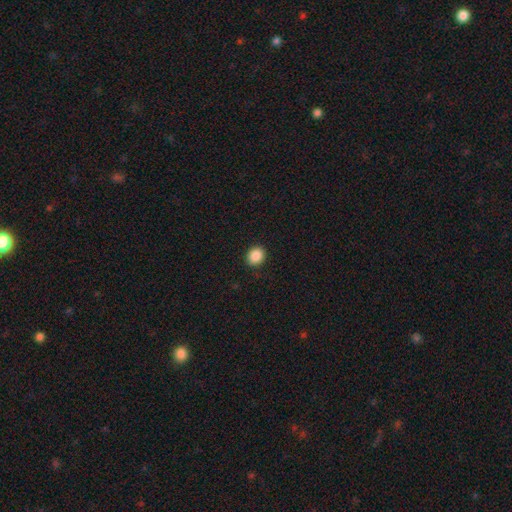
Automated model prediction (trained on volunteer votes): Smooth or featured? Predicted: smooth (p=0.88). How rounded? Predicted: round (p=0.75). Merging? Predicted: none (p=0.91).